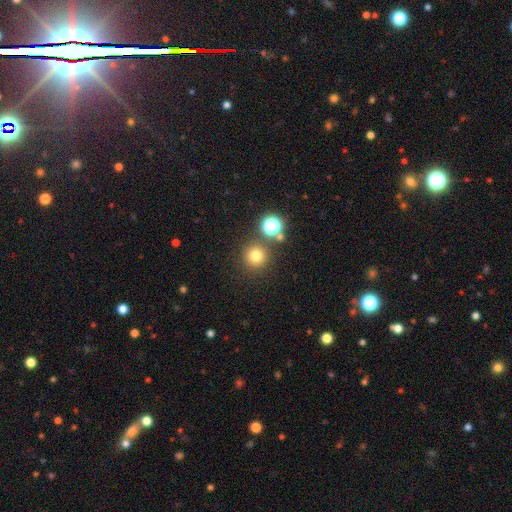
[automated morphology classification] smooth_or_featured: smooth (p=0.75) [alt: star or artifact p=0.19]
how_rounded: round (p=0.95) [alt: in between p=0.04]
merging: none (p=0.83) [alt: merger p=0.07]